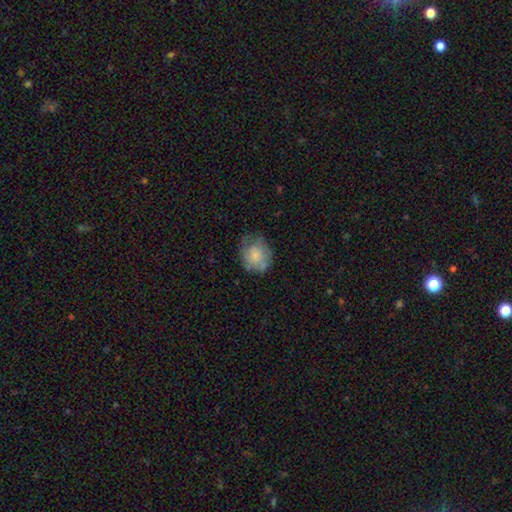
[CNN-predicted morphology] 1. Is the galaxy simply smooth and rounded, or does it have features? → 71% smooth, 21% featured or disk, 8% star or artifact.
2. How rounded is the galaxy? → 66% round, 34% in between, 1% cigar-shaped.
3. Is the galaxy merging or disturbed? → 59% none, 28% minor disturbance, 10% major disturbance, 2% merger.